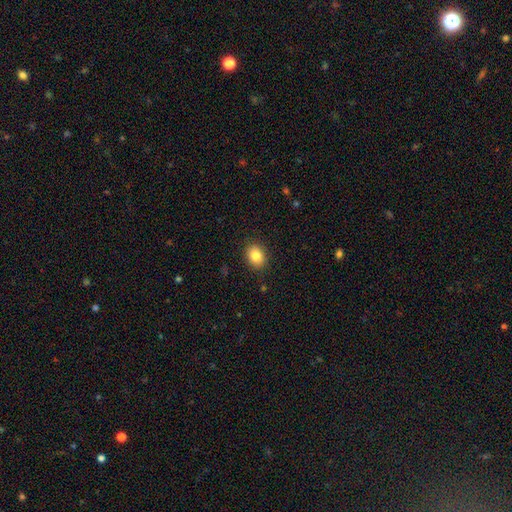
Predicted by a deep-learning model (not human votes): A smooth galaxy with no disk features (85%) that is in between round and cigar-shaped (59%). Merging: none (88%).